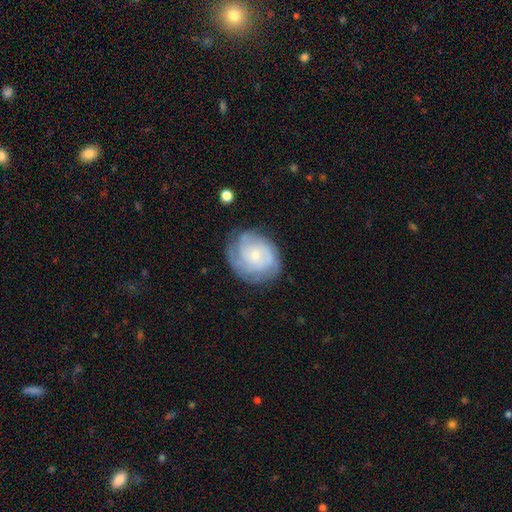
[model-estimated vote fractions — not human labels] A featured or disk galaxy (69%) with no bar (80%), tight (65%) spiral arms (86%) and a small central bulge (70%). Merging: none (70%).